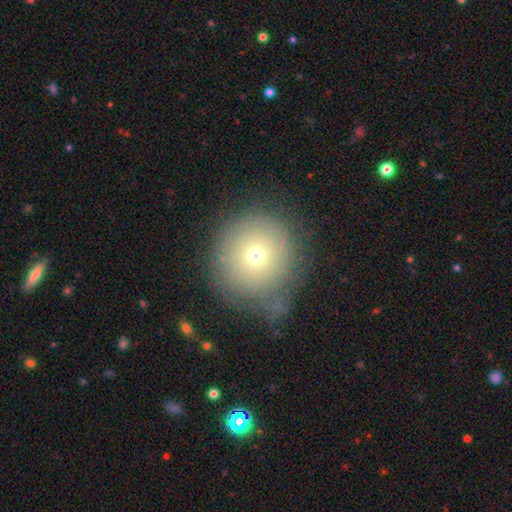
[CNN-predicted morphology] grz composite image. It shows a smooth galaxy with no disk features (65%) that is round (92%). Merging: none (63%).